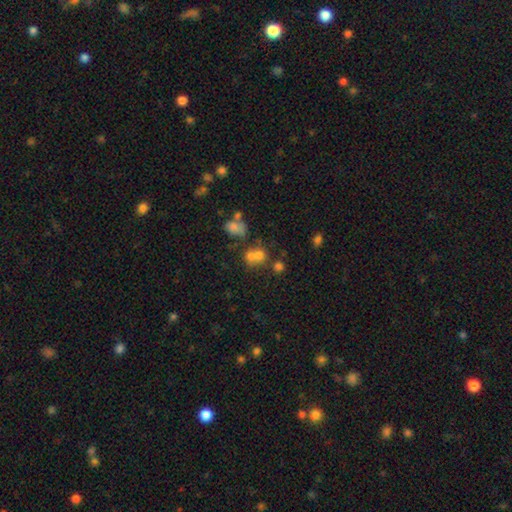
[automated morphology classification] Smooth or featured?
  - smooth: 67% *
  - star or artifact: 17%
  - featured or disk: 16%
How rounded?
  - round: 72% *
  - in between: 27%
  - cigar-shaped: 1%
Merging?
  - merger: 54% *
  - none: 34%
  - minor disturbance: 8%
  - major disturbance: 5%